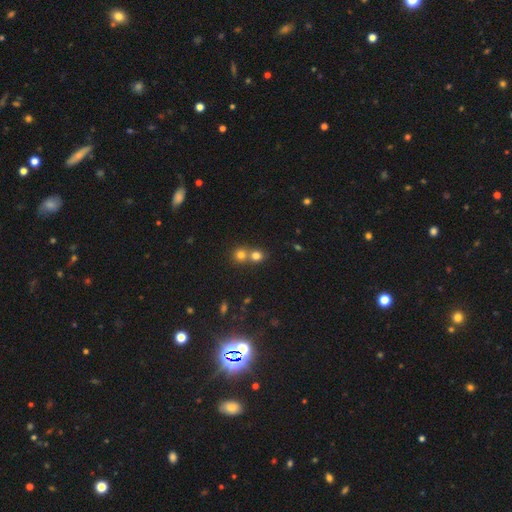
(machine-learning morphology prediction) Smooth or featured? smooth (75%)
How rounded? round (84%)
Merging? merger (50%)